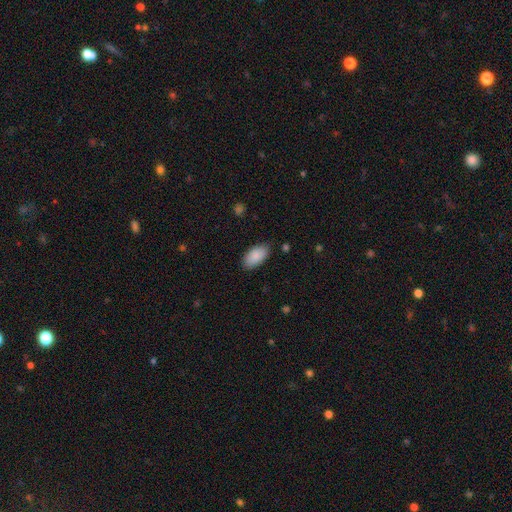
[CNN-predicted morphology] This is clearly a smooth galaxy (88%). How rounded: clearly in between (95%). Merging: clearly none (83%).